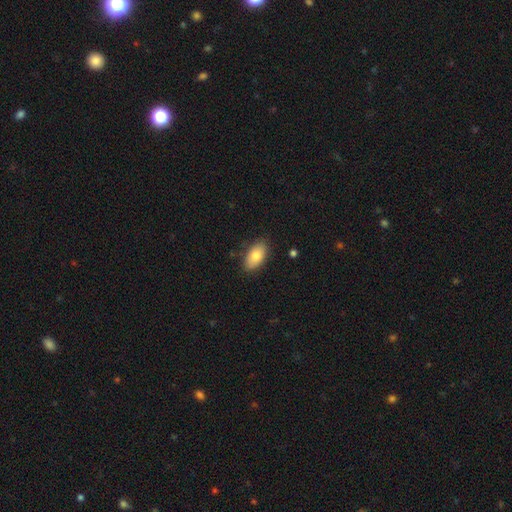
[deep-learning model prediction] Overall: smooth (80%). How rounded: in between (93%). Merging: none (85%).